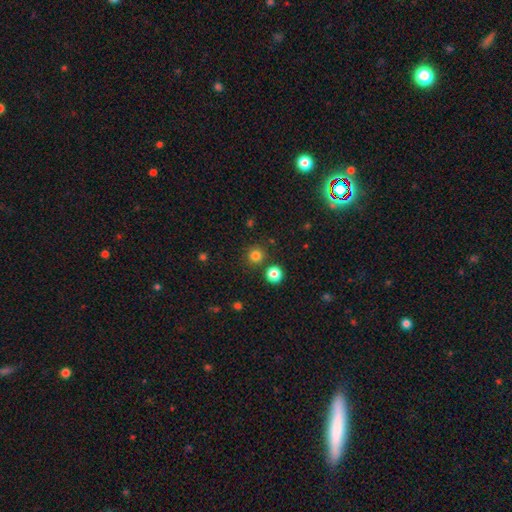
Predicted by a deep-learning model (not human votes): Smooth or featured: smooth — 81% (star or artifact — 15%)
How rounded: round — 94% (in between — 5%)
Merging: none — 85% (minor disturbance — 6%)